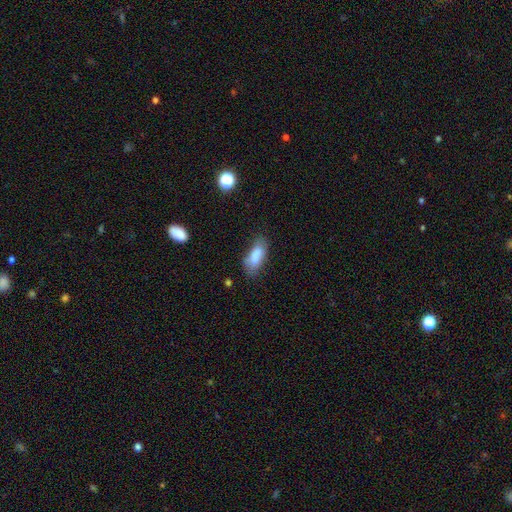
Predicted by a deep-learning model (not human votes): Smooth or featured? smooth (82%)
How rounded? in between (78%)
Merging? none (66%)